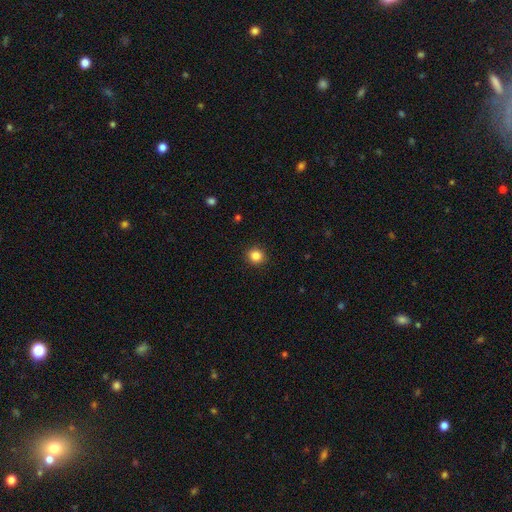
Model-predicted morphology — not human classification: This is clearly a smooth galaxy (85%). How rounded: clearly round (91%). Merging: clearly none (91%).